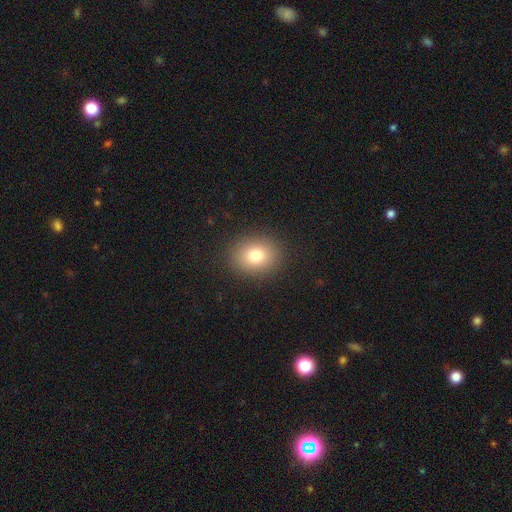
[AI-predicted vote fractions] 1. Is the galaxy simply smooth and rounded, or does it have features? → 79% smooth, 12% star or artifact, 10% featured or disk.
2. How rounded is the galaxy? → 61% round, 38% in between, 1% cigar-shaped.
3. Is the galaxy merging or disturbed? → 89% none, 7% minor disturbance, 3% major disturbance, 1% merger.